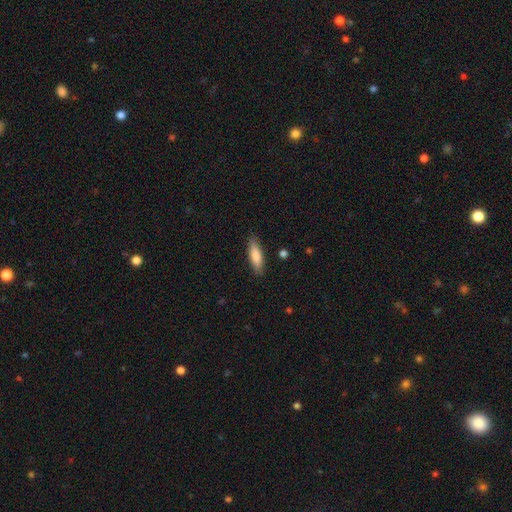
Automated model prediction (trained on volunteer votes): Overall: smooth (82%). How rounded: cigar-shaped (57%; in between 41%). Merging: none (86%).